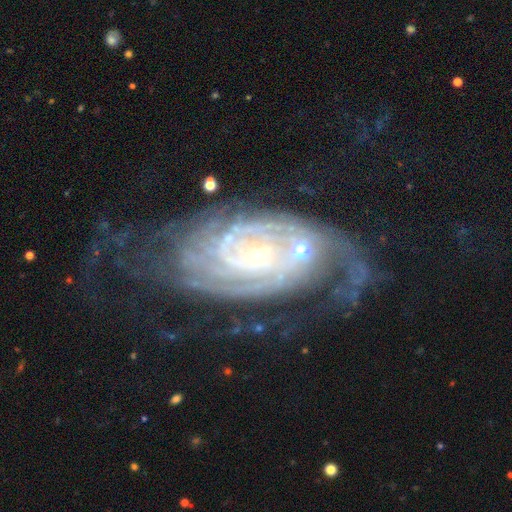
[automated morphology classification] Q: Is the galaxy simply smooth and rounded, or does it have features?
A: featured or disk — 89%.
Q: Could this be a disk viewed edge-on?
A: no — 97%.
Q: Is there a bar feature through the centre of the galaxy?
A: no — 63%.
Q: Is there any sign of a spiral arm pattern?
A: yes — 98%.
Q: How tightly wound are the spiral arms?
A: tight — 72%.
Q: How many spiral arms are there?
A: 2 — 31%.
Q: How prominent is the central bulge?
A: small — 82%.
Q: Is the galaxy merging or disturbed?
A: none — 53%.